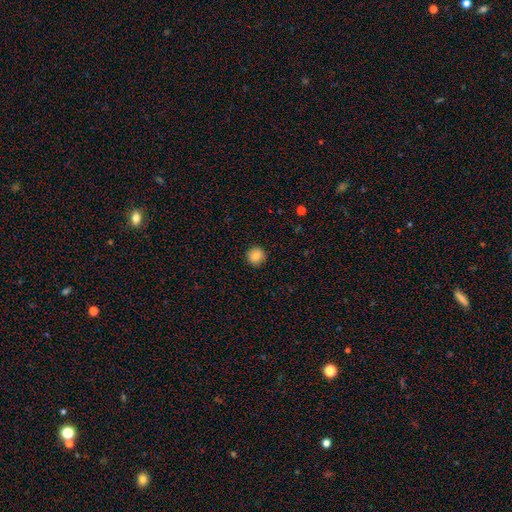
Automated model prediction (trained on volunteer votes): Smooth or featured?
  - smooth: 85% *
  - star or artifact: 9%
  - featured or disk: 5%
How rounded?
  - round: 94% *
  - in between: 5%
  - cigar-shaped: 1%
Merging?
  - none: 92% *
  - minor disturbance: 6%
  - major disturbance: 2%
  - merger: 1%